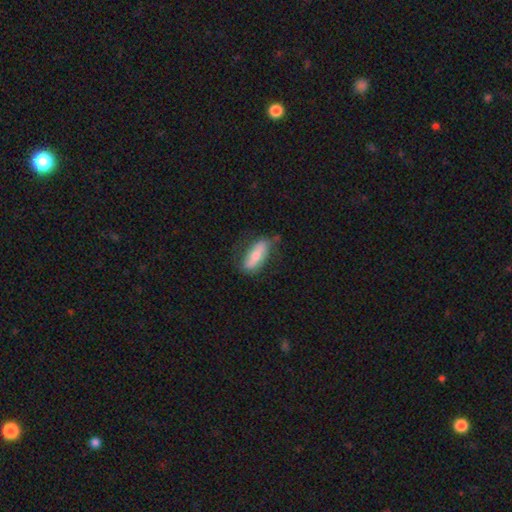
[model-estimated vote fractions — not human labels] smooth_or_featured: smooth (p=0.58) [alt: featured or disk p=0.36]
how_rounded: in between (p=0.67) [alt: cigar-shaped p=0.30]
merging: none (p=0.67) [alt: minor disturbance p=0.24]